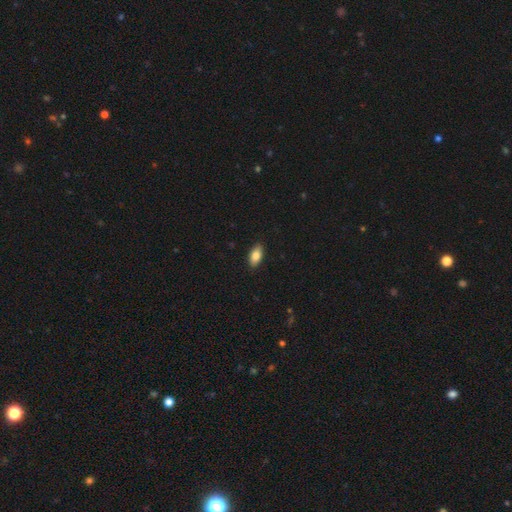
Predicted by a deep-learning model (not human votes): This appears to be a smooth galaxy with no disk features (83%) that is in between round and cigar-shaped (91%). Merging: none (90%).